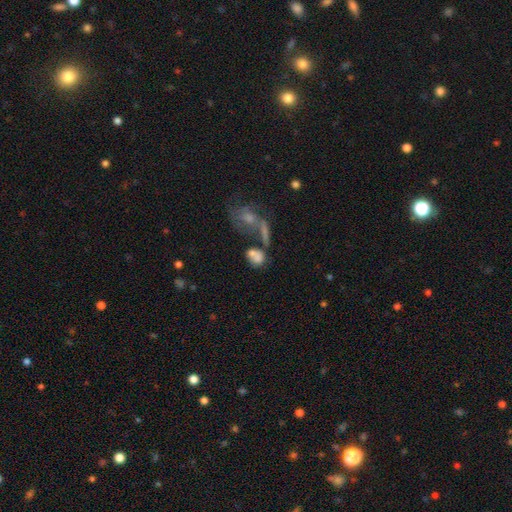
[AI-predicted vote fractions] This is likely a smooth galaxy (68%). How rounded: likely in between (61%). Merging: possibly merger (48%).